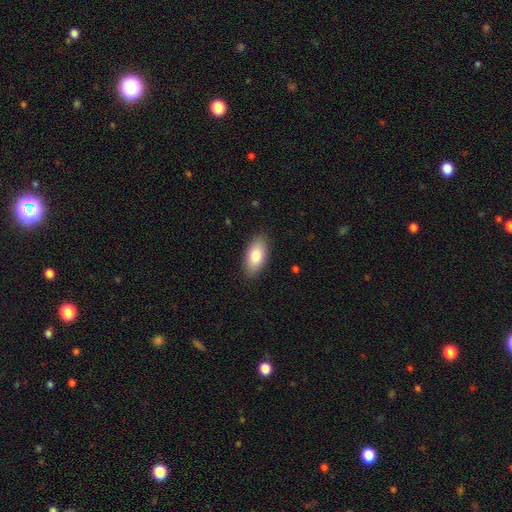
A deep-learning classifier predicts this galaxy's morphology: smooth-or-featured: smooth: 80% | featured or disk: 13% | star or artifact: 6%
  how-rounded: in between: 92% | cigar-shaped: 5% | round: 3%
  merging: none: 87% | minor disturbance: 10% | major disturbance: 2% | merger: 1%